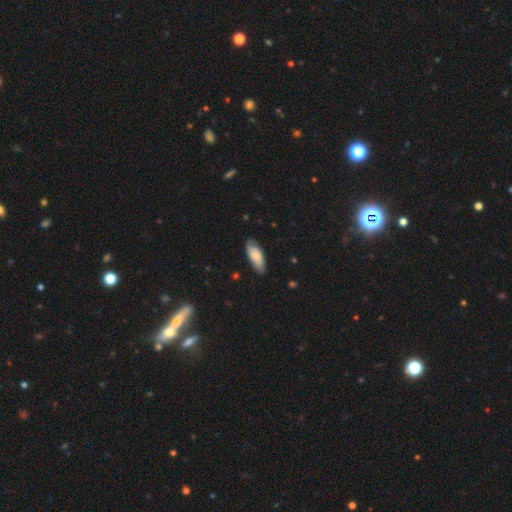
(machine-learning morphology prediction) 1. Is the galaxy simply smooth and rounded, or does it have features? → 66% smooth, 28% featured or disk, 6% star or artifact.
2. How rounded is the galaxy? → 77% in between, 21% cigar-shaped, 2% round.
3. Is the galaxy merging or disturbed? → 78% none, 18% minor disturbance, 3% major disturbance, 1% merger.